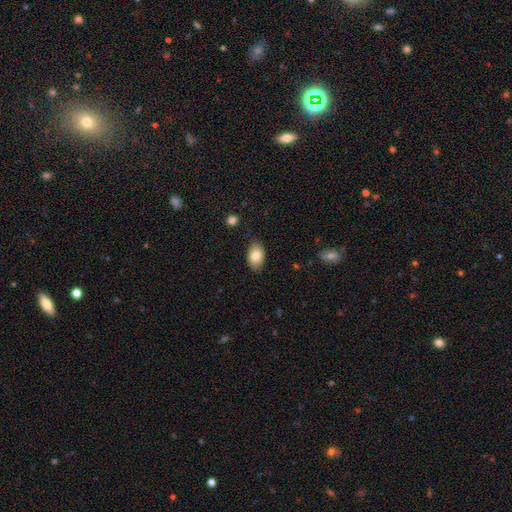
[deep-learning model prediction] smooth 82%, featured or disk 11%, star or artifact 7%. Down the decision tree: how rounded — in between (89%); merging — none (82%).